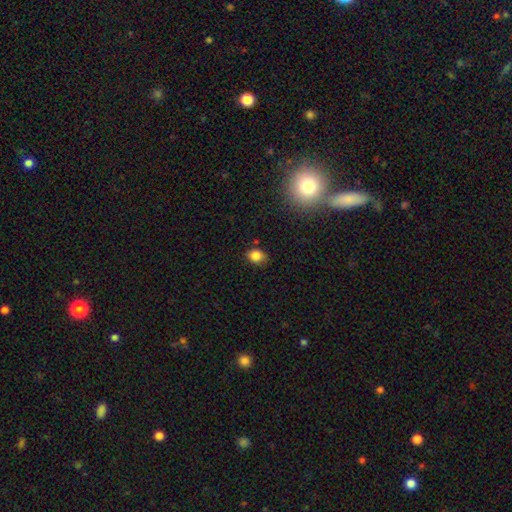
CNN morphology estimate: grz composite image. It shows a smooth galaxy with no disk features (82%) that is round (53%). Merging: none (76%).